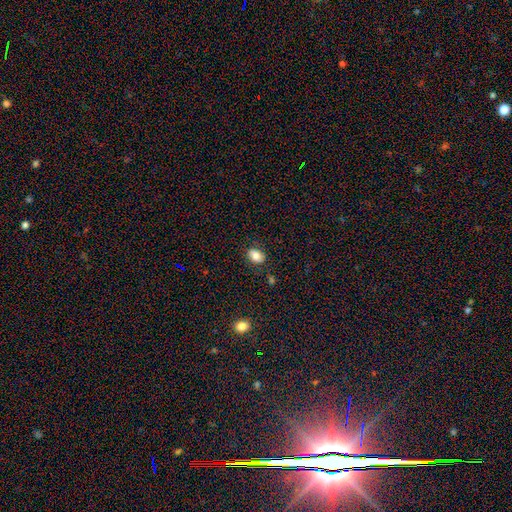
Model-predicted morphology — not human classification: A smooth galaxy with no disk features (82%) that is in between round and cigar-shaped (73%). Merging: none (83%).